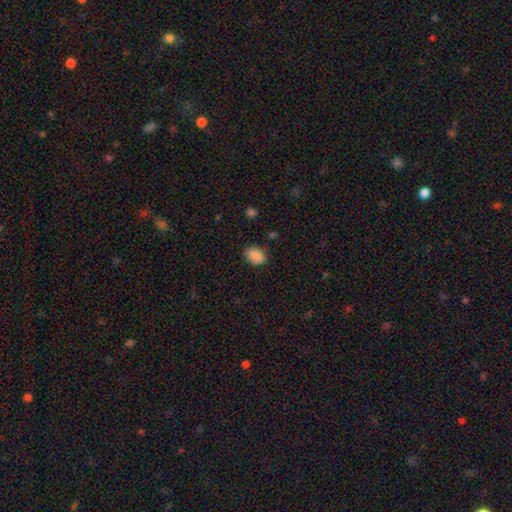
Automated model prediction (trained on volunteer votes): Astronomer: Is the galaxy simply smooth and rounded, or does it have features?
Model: smooth — 88%.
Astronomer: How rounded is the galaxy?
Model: in between — 76%.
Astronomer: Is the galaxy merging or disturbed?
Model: none — 82%.